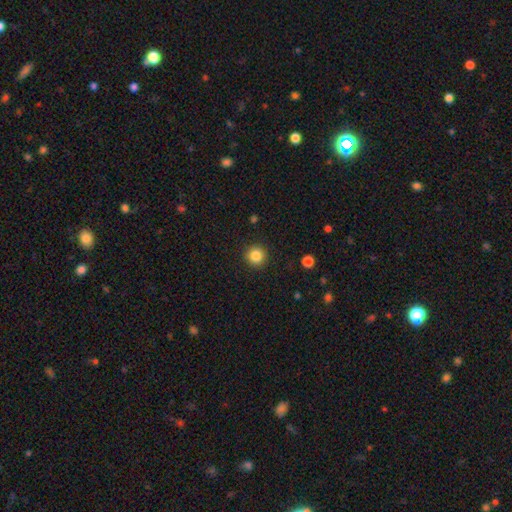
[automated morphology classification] smooth-or-featured: smooth: 85% | star or artifact: 11% | featured or disk: 4%
  how-rounded: round: 94% | in between: 5% | cigar-shaped: 1%
  merging: none: 91% | minor disturbance: 6% | major disturbance: 2% | merger: 1%